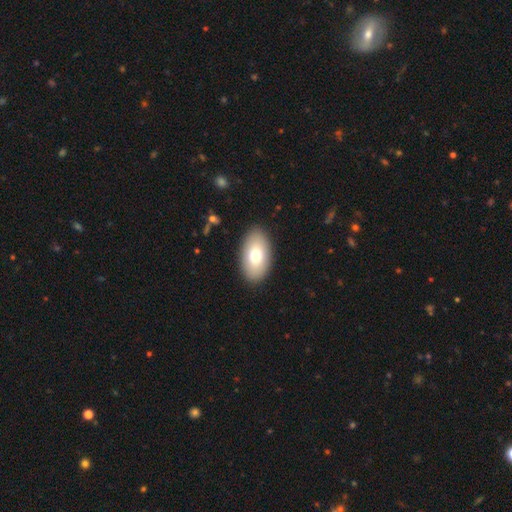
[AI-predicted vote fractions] Overall: smooth (75%). How rounded: in between (94%). Merging: none (89%).